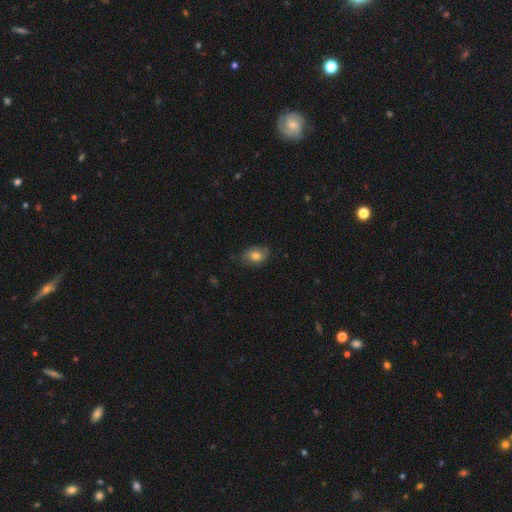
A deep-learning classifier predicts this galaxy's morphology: smooth 67%, featured or disk 25%, star or artifact 8%. Down the decision tree: how rounded — in between (79%); merging — none (65%).